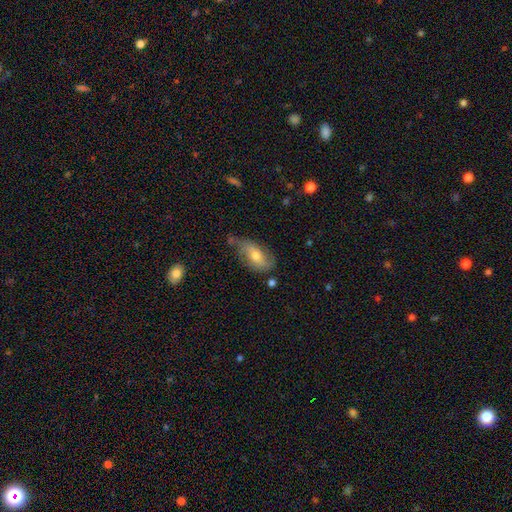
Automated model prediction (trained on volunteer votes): This appears to be a smooth galaxy with no disk features (55%) that is in between round and cigar-shaped (87%). Merging: none (49%).